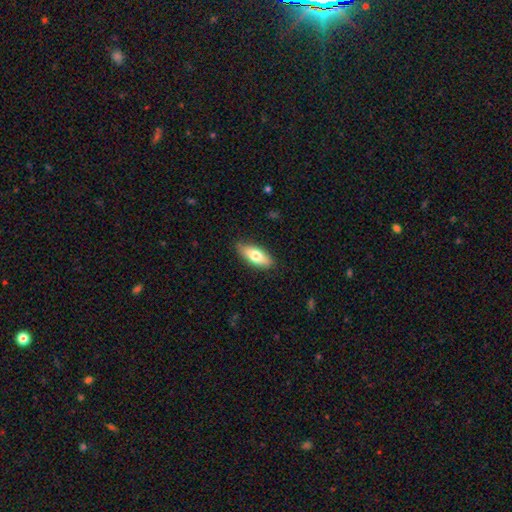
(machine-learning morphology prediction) Overall: smooth (73%). How rounded: in between (76%). Merging: none (85%).